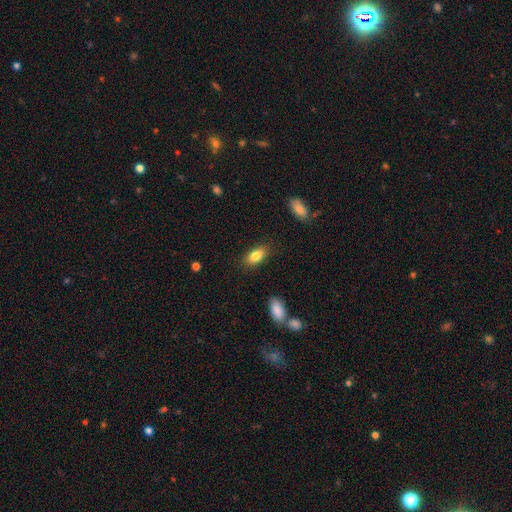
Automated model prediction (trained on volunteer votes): smooth-or-featured: smooth: 84% | featured or disk: 9% | star or artifact: 8%
  how-rounded: in between: 89% | cigar-shaped: 6% | round: 5%
  merging: none: 85% | minor disturbance: 11% | major disturbance: 3% | merger: 2%